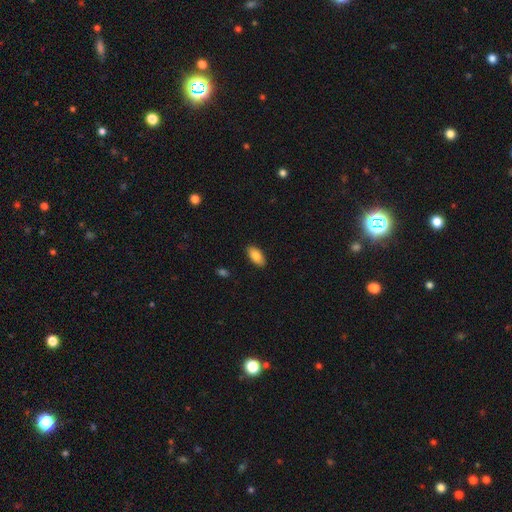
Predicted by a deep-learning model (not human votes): smooth-or-featured: smooth: 85% | featured or disk: 8% | star or artifact: 7%
  how-rounded: in between: 91% | cigar-shaped: 6% | round: 2%
  merging: none: 89% | minor disturbance: 8% | major disturbance: 2% | merger: 1%